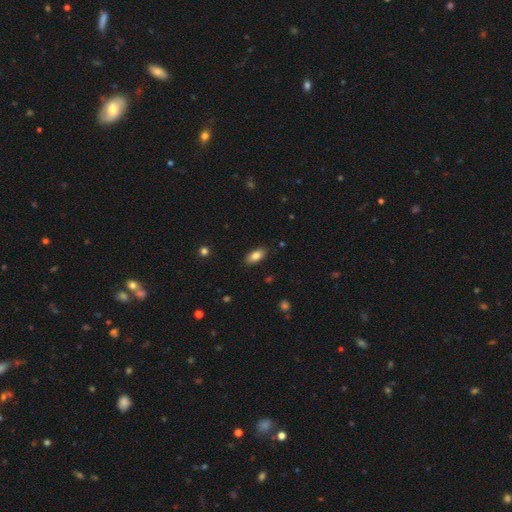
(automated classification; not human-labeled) Smooth or featured?
  - smooth: 82% *
  - featured or disk: 10%
  - star or artifact: 7%
How rounded?
  - in between: 88% *
  - cigar-shaped: 9%
  - round: 3%
Merging?
  - none: 87% *
  - minor disturbance: 10%
  - major disturbance: 2%
  - merger: 1%